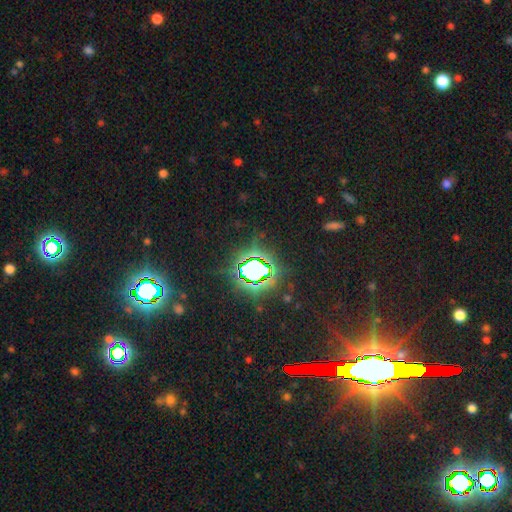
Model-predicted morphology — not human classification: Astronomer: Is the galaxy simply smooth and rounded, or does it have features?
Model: star or artifact — 84%.